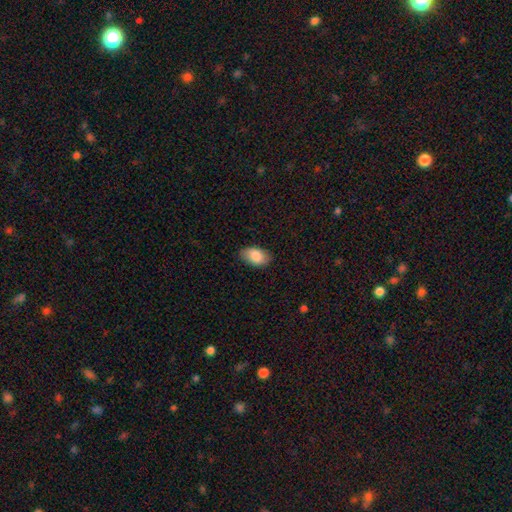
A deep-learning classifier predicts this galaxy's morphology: Smooth or featured? Predicted: smooth (p=0.86). How rounded? Predicted: in between (p=0.93). Merging? Predicted: none (p=0.83).